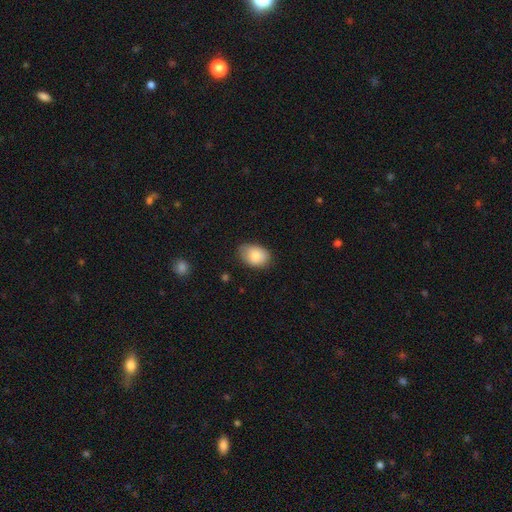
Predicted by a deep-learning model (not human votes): Smooth or featured: smooth — 83% (featured or disk — 10%)
How rounded: in between — 83% (round — 16%)
Merging: none — 75% (minor disturbance — 20%)